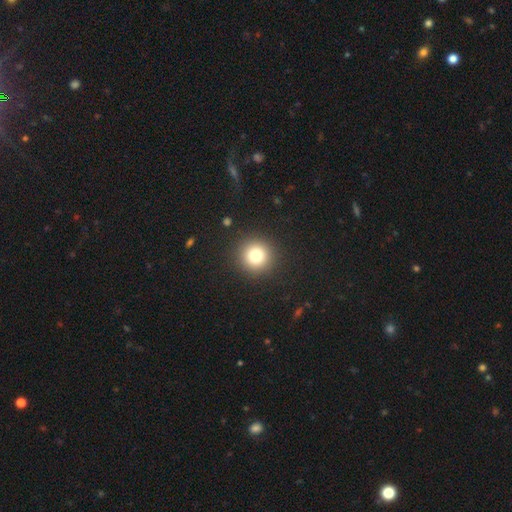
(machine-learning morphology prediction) This appears to be a smooth galaxy with no disk features (78%) that is round (95%). Merging: none (91%).